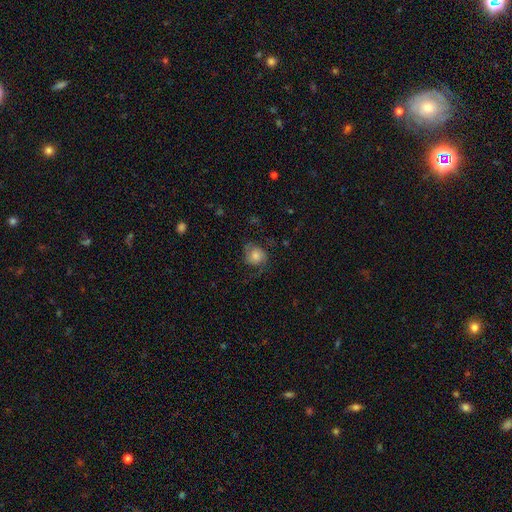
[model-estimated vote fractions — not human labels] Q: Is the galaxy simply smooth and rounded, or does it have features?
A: smooth — 46%.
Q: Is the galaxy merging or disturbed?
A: none — 62%.